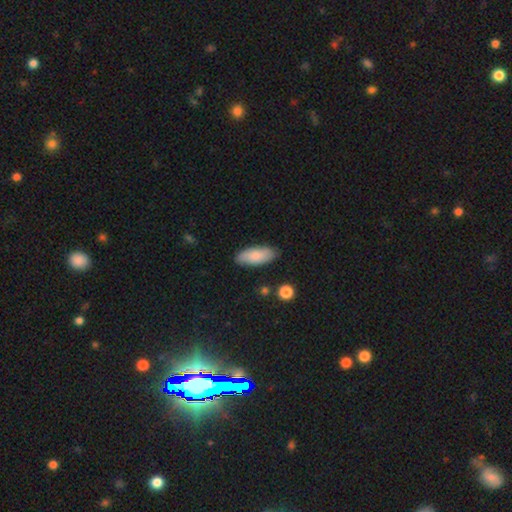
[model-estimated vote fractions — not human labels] smooth_or_featured: smooth (p=0.82) [alt: featured or disk p=0.12]
how_rounded: in between (p=0.80) [alt: cigar-shaped p=0.18]
merging: none (p=0.85) [alt: minor disturbance p=0.11]